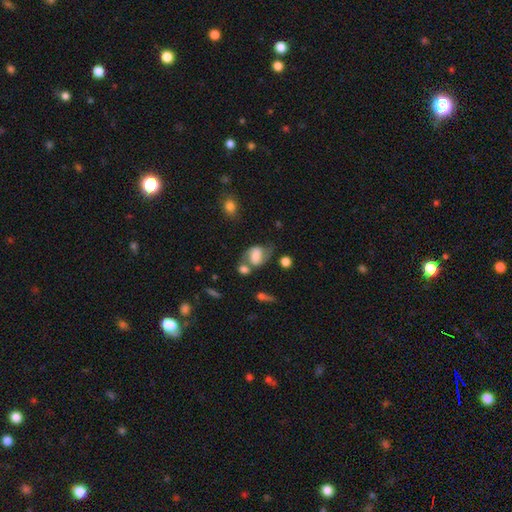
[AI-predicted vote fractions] A smooth galaxy with no disk features (45%, tied with featured or disk).

Vote fractions:
- Smooth or featured? smooth: 45% (tied) / featured or disk: 45% (tied) / star or artifact: 9%
- Merging? none: 40% / merger: 24% / minor disturbance: 22% / major disturbance: 14%